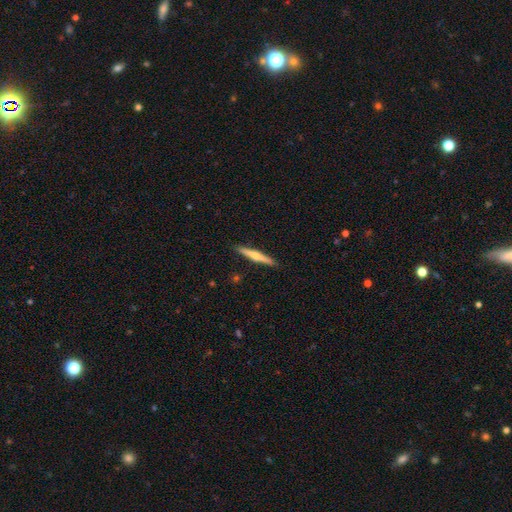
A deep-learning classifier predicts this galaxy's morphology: smooth-or-featured: featured or disk: 55% | smooth: 40% | star or artifact: 5%
  disk-edge-on: yes: 97% | no: 3%
    edge-on-bulge: rounded: 81% | none: 14% | boxy: 5%
  merging: none: 91% | minor disturbance: 7% | major disturbance: 1% | merger: 1%